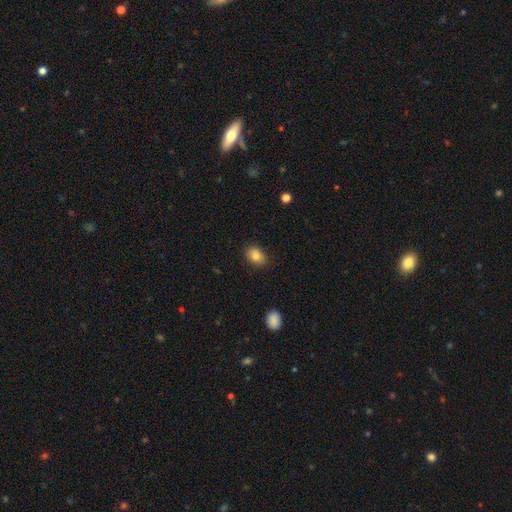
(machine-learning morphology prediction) Q: Smooth or featured?
A: smooth (83%); runner-up: star or artifact (9%)
Q: How rounded?
A: in between (71%); runner-up: round (28%)
Q: Merging?
A: none (85%); runner-up: minor disturbance (11%)